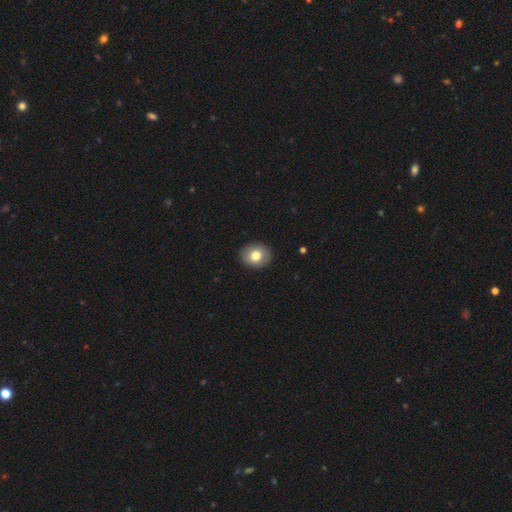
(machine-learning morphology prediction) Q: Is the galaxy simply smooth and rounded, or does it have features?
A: smooth — 77%.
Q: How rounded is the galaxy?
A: round — 60%.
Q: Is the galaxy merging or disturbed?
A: none — 90%.